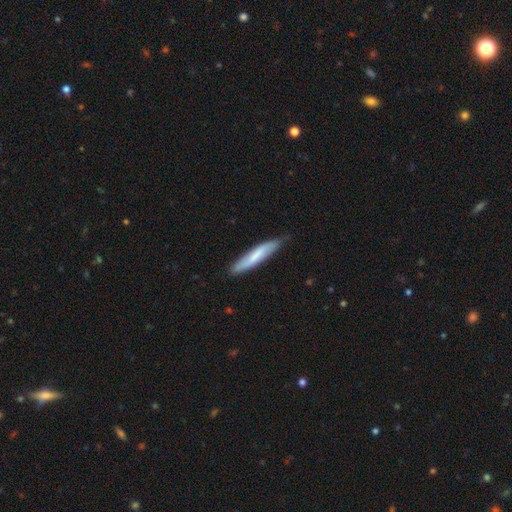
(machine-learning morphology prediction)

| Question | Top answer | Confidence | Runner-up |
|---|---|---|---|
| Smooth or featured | smooth | 65% | featured or disk (29%) |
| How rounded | cigar-shaped | 87% | in between (12%) |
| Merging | none | 79% | minor disturbance (17%) |